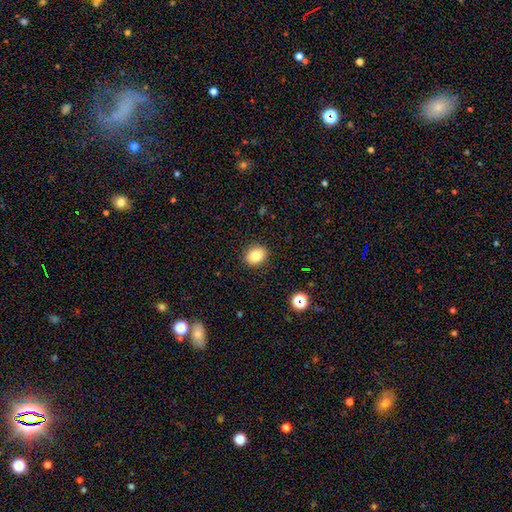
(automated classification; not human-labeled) Smooth or featured? smooth (83%)
How rounded? in between (53%)
Merging? none (90%)